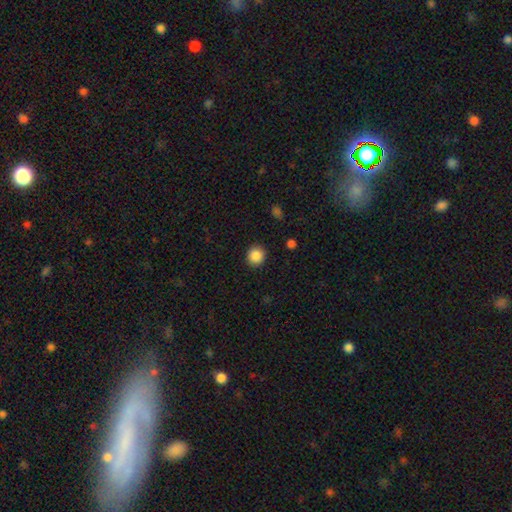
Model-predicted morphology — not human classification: A smooth galaxy with no disk features (87%) that is round (88%).

Vote fractions:
- Smooth or featured? smooth: 87% / star or artifact: 9% / featured or disk: 3%
- How rounded? round: 88% / in between: 11% / cigar-shaped: 1%
- Merging? none: 90% / minor disturbance: 6% / major disturbance: 2% / merger: 1%